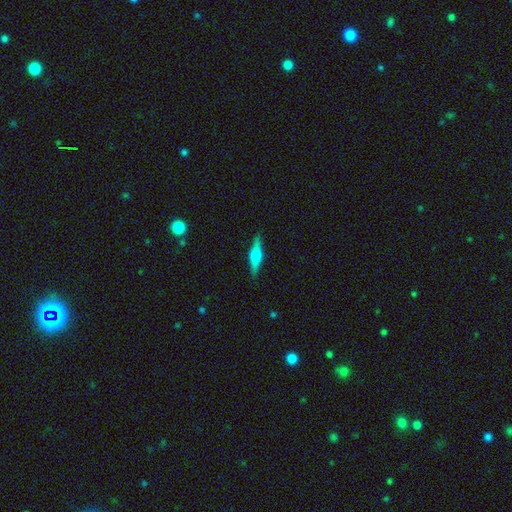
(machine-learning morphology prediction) Smooth or featured?
  - featured or disk: 59% *
  - smooth: 35%
  - star or artifact: 6%
Edge-on disk?
  - yes: 97% *
  - no: 3%
Edge-on bulge?
  - rounded: 91% *
  - boxy: 7%
  - none: 3%
Merging?
  - none: 90% *
  - minor disturbance: 8%
  - major disturbance: 2%
  - merger: 1%